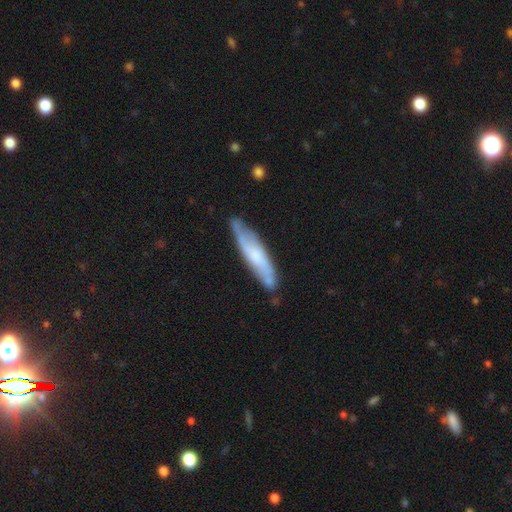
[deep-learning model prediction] The model was most divided on "edge-on disk": yes: 53%, no: 47%. More confident: merging — none (75%); smooth or featured — featured or disk (54%).